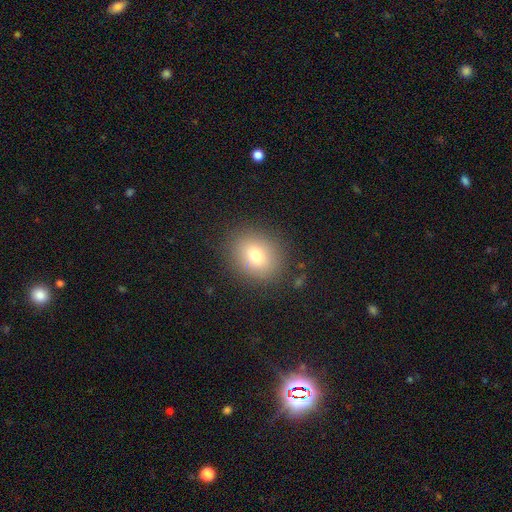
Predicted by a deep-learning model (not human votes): A smooth galaxy with no disk features (74%) that is round (64%).

Vote fractions:
- Smooth or featured? smooth: 74% / star or artifact: 13% / featured or disk: 13%
- How rounded? round: 64% / in between: 35% / cigar-shaped: 1%
- Merging? none: 86% / minor disturbance: 9% / major disturbance: 4% / merger: 1%